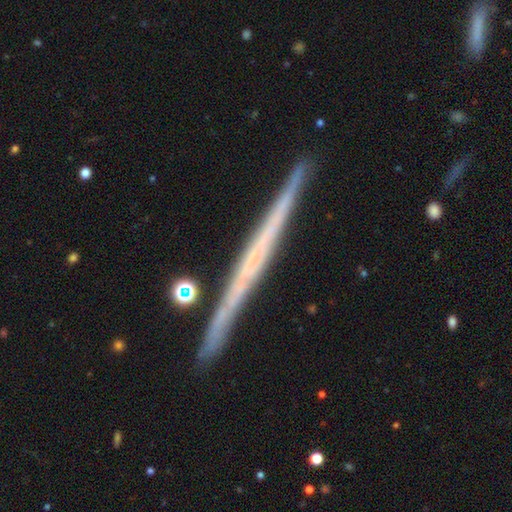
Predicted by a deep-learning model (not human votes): A featured or disk galaxy (70%) viewed edge-on (98%) with no central bulge (90%).

Vote fractions:
- Smooth or featured? featured or disk: 70% / smooth: 23% / star or artifact: 7%
- Edge-on disk? yes: 98% / no: 2%
- Edge-on bulge? none: 90% / rounded: 6% / boxy: 4%
- Merging? none: 90% / minor disturbance: 7% / merger: 2% / major disturbance: 1%